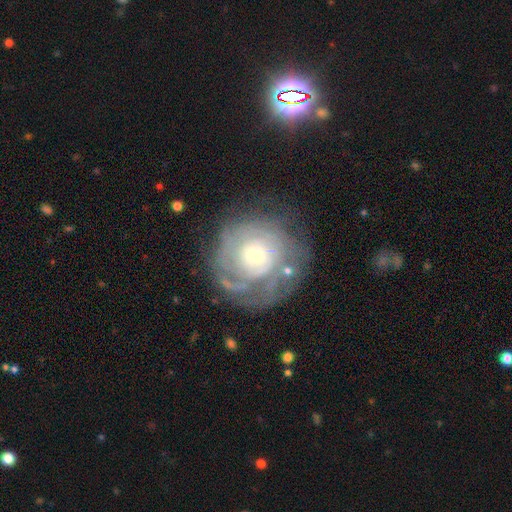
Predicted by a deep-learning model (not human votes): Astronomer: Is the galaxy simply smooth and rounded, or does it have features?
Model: featured or disk — 77%.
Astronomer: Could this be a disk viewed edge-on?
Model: no — 97%.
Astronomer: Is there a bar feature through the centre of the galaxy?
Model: no — 78%.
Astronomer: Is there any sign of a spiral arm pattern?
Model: yes — 85%.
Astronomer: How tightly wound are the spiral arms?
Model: tight — 73%.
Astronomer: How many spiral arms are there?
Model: can't tell — 48%.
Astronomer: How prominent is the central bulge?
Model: small — 59%.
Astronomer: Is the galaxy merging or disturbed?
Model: none — 66%.